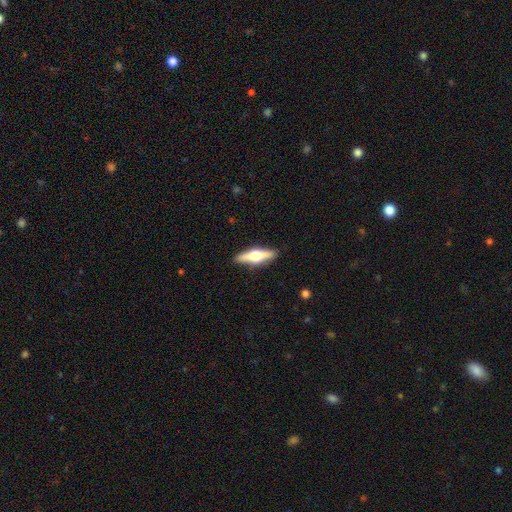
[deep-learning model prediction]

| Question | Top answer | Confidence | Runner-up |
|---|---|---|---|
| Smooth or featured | featured or disk | 61% | smooth (34%) |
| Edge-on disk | yes | 95% | no (5%) |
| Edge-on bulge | rounded | 95% | boxy (3%) |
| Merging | none | 89% | minor disturbance (8%) |